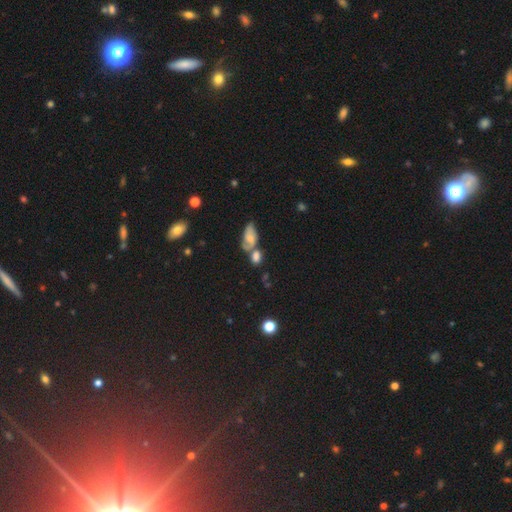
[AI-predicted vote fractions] Smooth or featured? Predicted: smooth (p=0.51). How rounded? Predicted: in between (p=0.62). Merging? Predicted: merger (p=0.45).